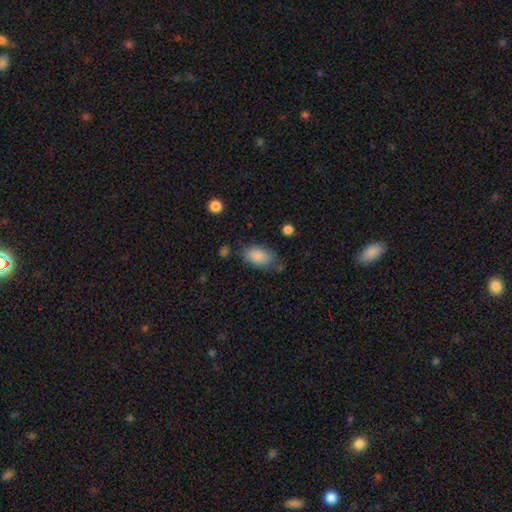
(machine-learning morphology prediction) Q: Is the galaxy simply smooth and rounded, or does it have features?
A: smooth — 87%.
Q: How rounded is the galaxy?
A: in between — 92%.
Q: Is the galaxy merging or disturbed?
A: none — 71%.